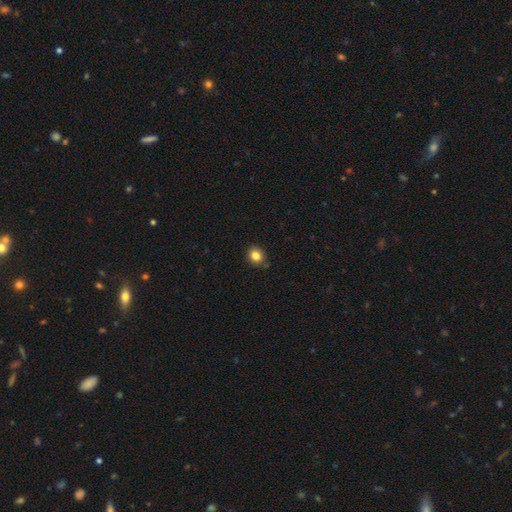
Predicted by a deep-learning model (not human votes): Q: Smooth or featured?
A: smooth (84%); runner-up: star or artifact (11%)
Q: How rounded?
A: round (80%); runner-up: in between (19%)
Q: Merging?
A: none (87%); runner-up: minor disturbance (9%)